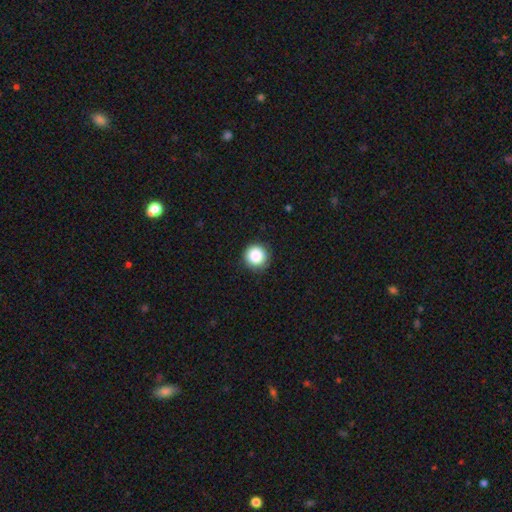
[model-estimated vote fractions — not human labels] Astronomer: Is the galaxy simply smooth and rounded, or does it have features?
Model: smooth — 87%.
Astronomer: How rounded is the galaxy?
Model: round — 95%.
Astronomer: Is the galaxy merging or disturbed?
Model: none — 88%.